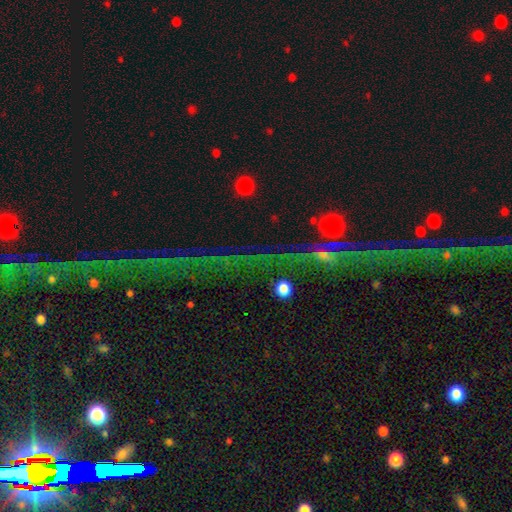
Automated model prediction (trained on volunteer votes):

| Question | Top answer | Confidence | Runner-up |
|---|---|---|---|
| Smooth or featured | star or artifact | 61% | featured or disk (20%) |